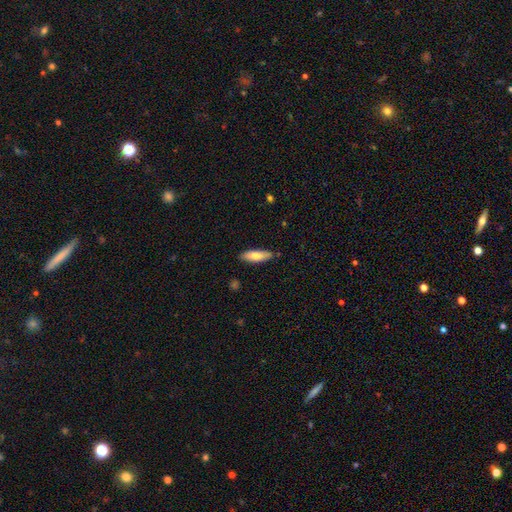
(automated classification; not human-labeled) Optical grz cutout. It shows a smooth galaxy with no disk features (80%) that is in between round and cigar-shaped (54%). Merging: none (83%).